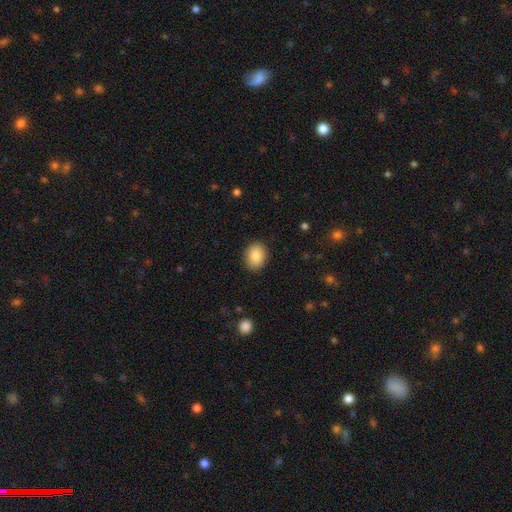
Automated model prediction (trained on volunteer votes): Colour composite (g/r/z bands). It shows a smooth galaxy with no disk features (86%) that is in between round and cigar-shaped (63%). Merging: none (89%).